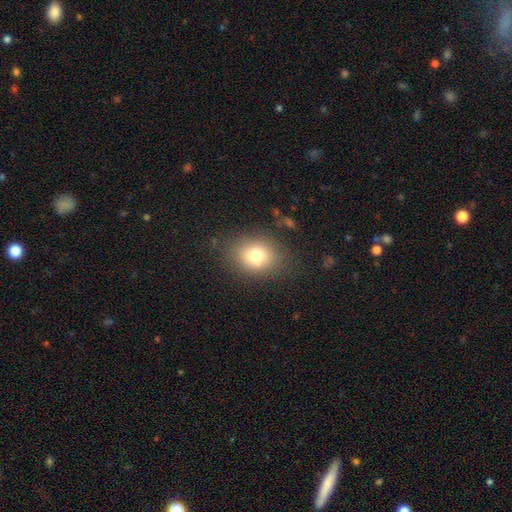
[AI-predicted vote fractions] smooth 76%, star or artifact 12%, featured or disk 12%. Down the decision tree: how rounded — in between (50%); merging — none (79%).